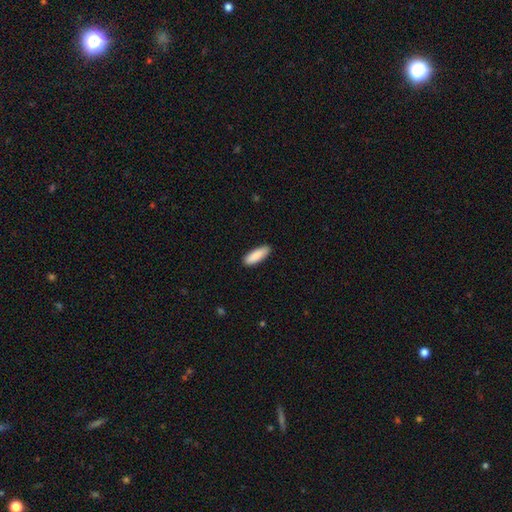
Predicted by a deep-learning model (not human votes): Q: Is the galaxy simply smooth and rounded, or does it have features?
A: smooth — 90%.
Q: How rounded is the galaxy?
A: in between — 57%.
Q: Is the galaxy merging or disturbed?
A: none — 87%.